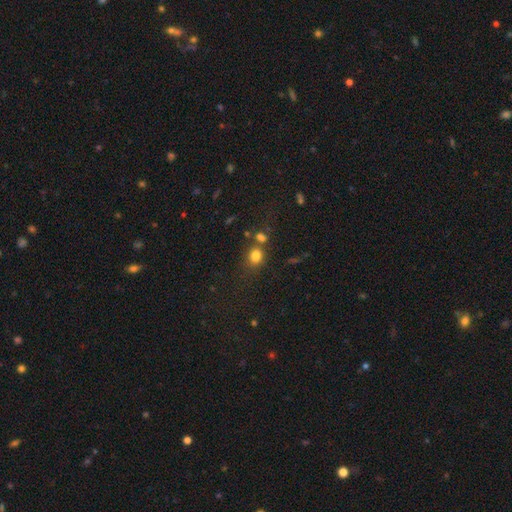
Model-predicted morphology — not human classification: Q: Smooth or featured?
A: smooth (79%); runner-up: star or artifact (14%)
Q: How rounded?
A: round (63%); runner-up: in between (36%)
Q: Merging?
A: none (61%); runner-up: merger (21%)